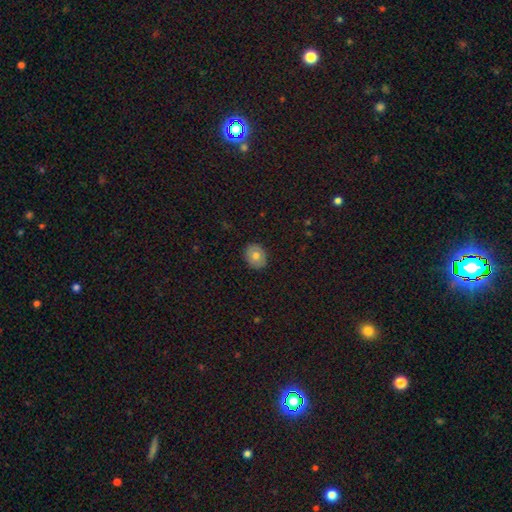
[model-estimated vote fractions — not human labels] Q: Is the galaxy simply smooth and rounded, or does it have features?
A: smooth — 71%.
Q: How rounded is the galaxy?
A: round — 58%.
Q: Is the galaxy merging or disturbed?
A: none — 89%.